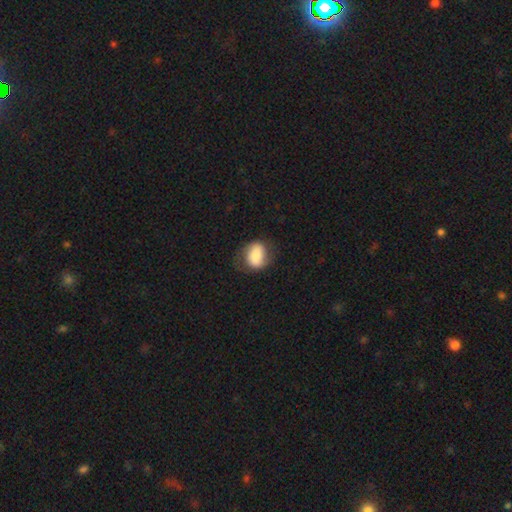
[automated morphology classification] Smooth or featured? Predicted: smooth (p=0.68). How rounded? Predicted: in between (p=0.66). Merging? Predicted: none (p=0.60).